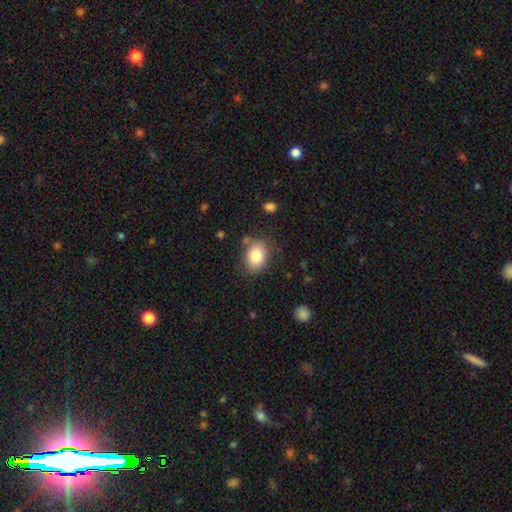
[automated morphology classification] smooth 83%, featured or disk 9%, star or artifact 8%. Down the decision tree: how rounded — in between (74%); merging — none (78%).